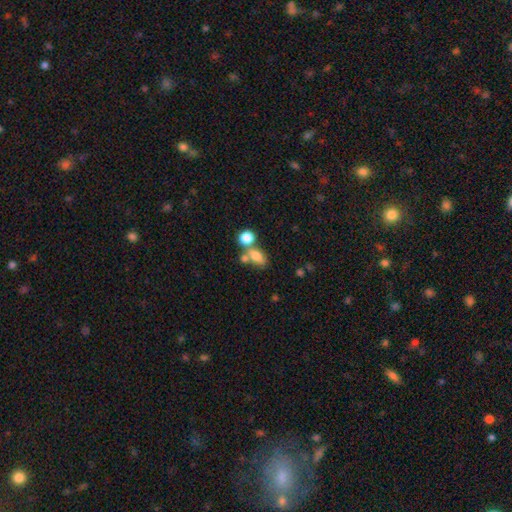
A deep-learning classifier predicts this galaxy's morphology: smooth_or_featured: smooth (p=0.74) [alt: featured or disk p=0.14]
how_rounded: in between (p=0.77) [alt: round p=0.19]
merging: none (p=0.42) [alt: merger p=0.40]